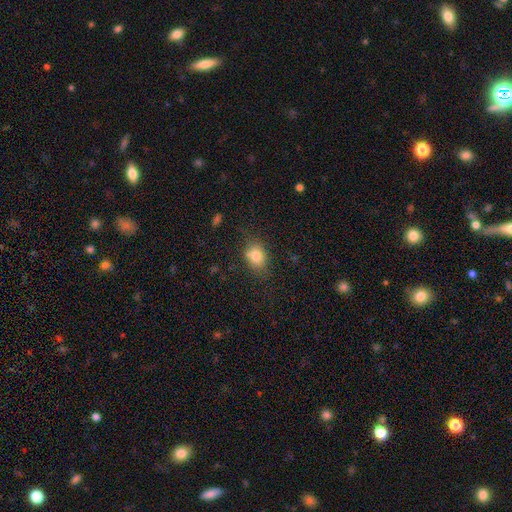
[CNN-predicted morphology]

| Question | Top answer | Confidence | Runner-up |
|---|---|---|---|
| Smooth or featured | smooth | 80% | star or artifact (10%) |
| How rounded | in between | 59% | round (40%) |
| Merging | none | 71% | minor disturbance (18%) |